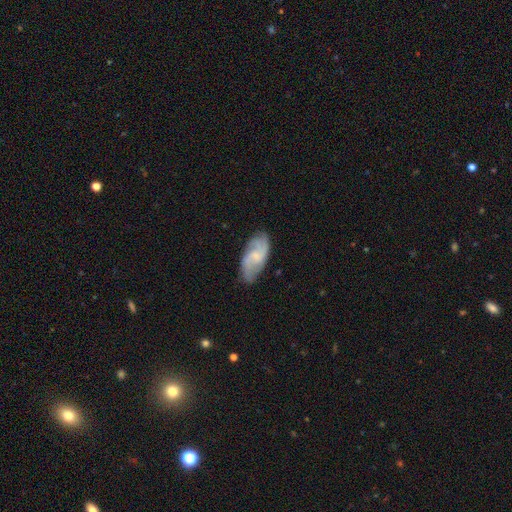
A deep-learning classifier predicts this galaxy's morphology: smooth_or_featured: featured or disk (p=0.72) [alt: smooth p=0.22]
disk_edge_on: no (p=0.95) [alt: yes p=0.05]
bar: no (p=0.53) [alt: weak p=0.41]
has_spiral_arms: yes (p=0.94) [alt: no p=0.06]
spiral_winding: medium (p=0.47) [alt: loose p=0.27]
spiral_arm_count: 2 (p=0.40) [alt: 3 p=0.27]
bulge_size: small (p=0.52) [alt: moderate p=0.24]
merging: none (p=0.74) [alt: minor disturbance p=0.20]